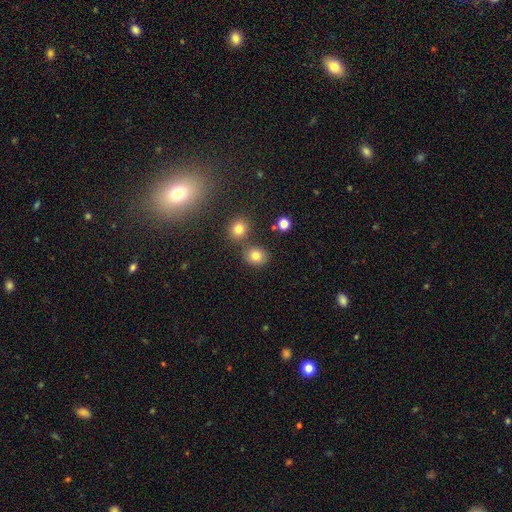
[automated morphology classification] This appears to be a smooth galaxy with no disk features (79%) that is round (77%). Merging: none (74%).